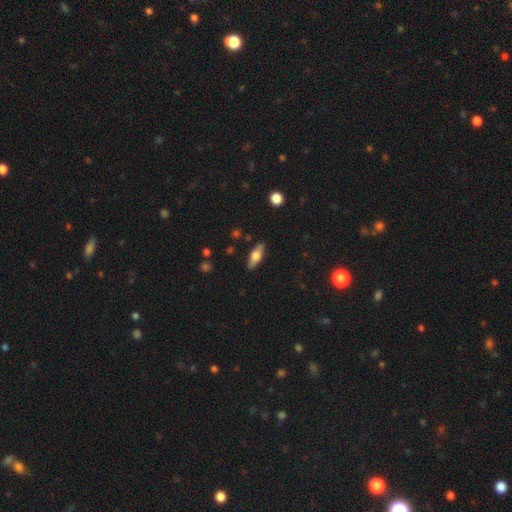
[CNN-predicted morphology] type=smooth (58%); roundness=in between (65%); merging=none (86%).